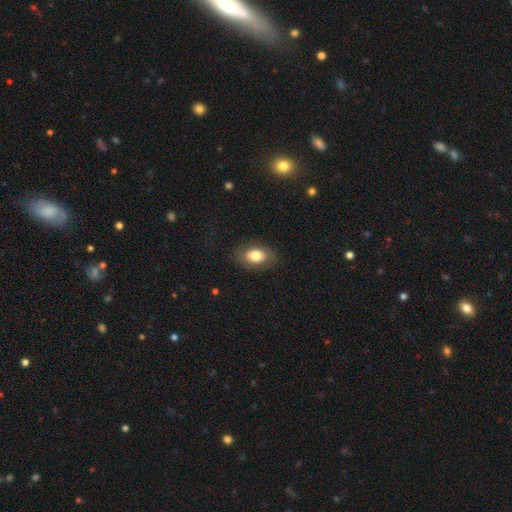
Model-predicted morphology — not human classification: Overall: smooth (75%). How rounded: in between (82%). Merging: none (78%).